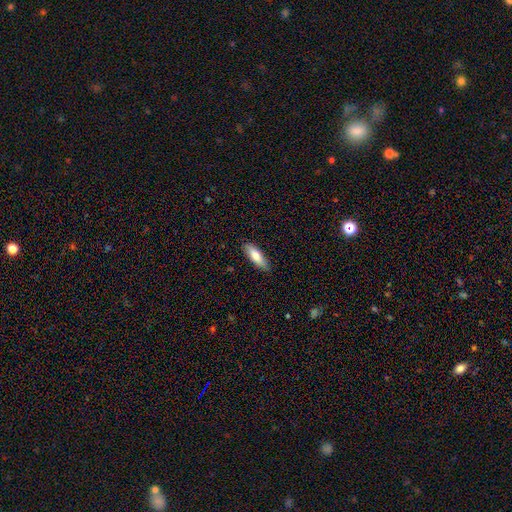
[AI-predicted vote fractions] smooth-or-featured: smooth: 74% | featured or disk: 20% | star or artifact: 6%
  how-rounded: in between: 53% | cigar-shaped: 46% | round: 2%
  merging: none: 87% | minor disturbance: 10% | major disturbance: 2% | merger: 1%